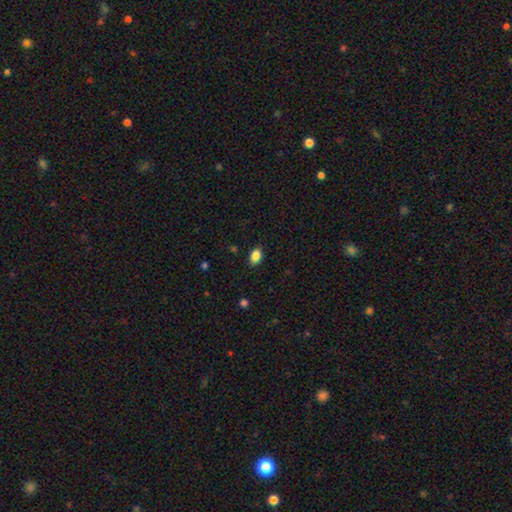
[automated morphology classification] The model was most divided on "how rounded": in between: 83%, round: 16%, cigar-shaped: 1%. More confident: merging — none (87%); smooth or featured — smooth (87%).